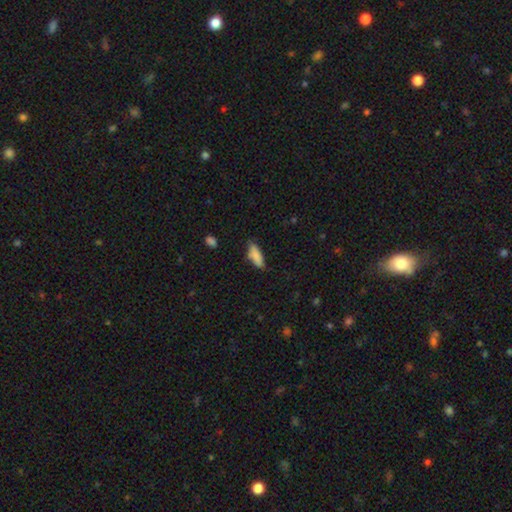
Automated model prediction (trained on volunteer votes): Smooth or featured? smooth (85%)
How rounded? in between (62%)
Merging? none (66%)